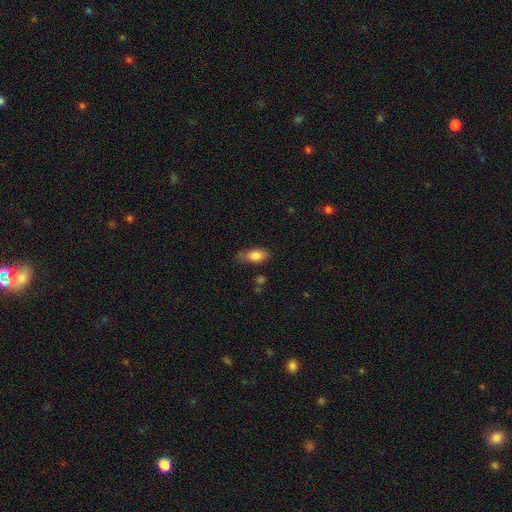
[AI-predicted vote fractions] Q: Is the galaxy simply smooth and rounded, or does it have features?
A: smooth — 81%.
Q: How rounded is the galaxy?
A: in between — 85%.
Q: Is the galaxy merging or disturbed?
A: none — 62%.